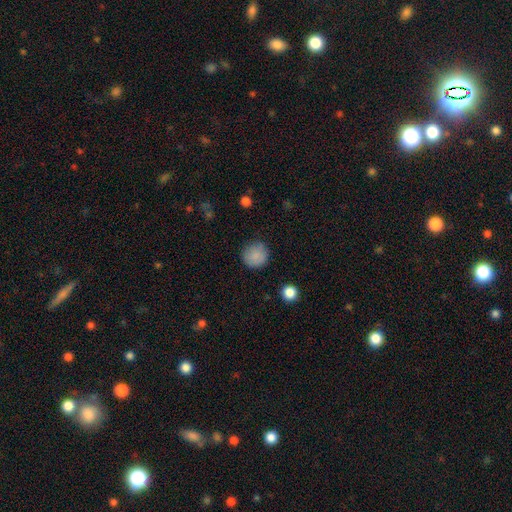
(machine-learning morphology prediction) Smooth or featured?
  - smooth: 86% *
  - star or artifact: 9%
  - featured or disk: 5%
How rounded?
  - round: 93% *
  - in between: 6%
  - cigar-shaped: 1%
Merging?
  - none: 84% *
  - minor disturbance: 12%
  - major disturbance: 3%
  - merger: 1%